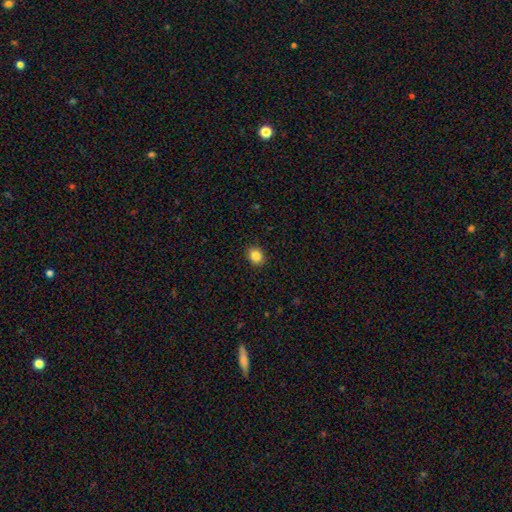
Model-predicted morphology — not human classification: The model was most divided on "how rounded": round: 57%, in between: 43%, cigar-shaped: 1%. More confident: merging — none (90%); smooth or featured — smooth (85%).